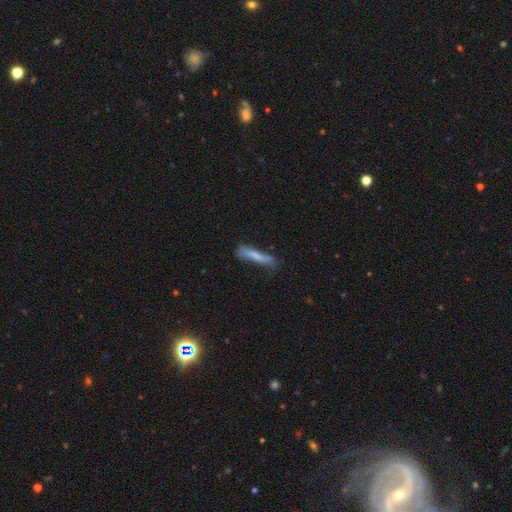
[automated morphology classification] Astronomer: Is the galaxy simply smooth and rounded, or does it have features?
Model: smooth — 67%.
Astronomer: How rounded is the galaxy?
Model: cigar-shaped — 89%.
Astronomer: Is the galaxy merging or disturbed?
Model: none — 57%.